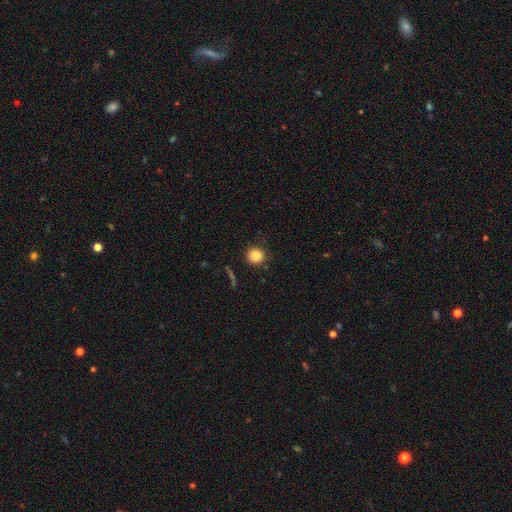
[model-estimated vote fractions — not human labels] This is clearly a smooth galaxy (86%). How rounded: clearly round (92%). Merging: clearly none (86%).